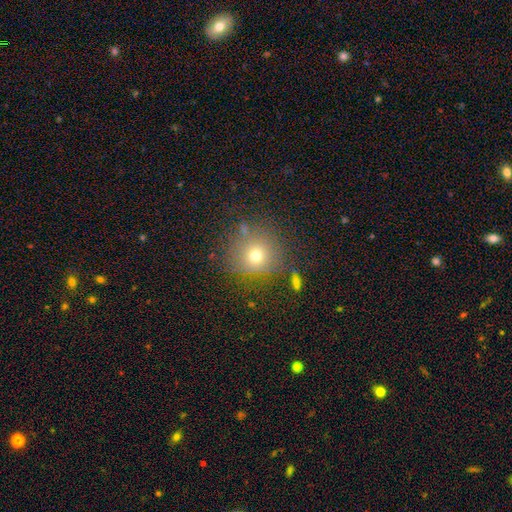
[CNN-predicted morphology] A smooth galaxy with no disk features (69%) that is round (91%).

Vote fractions:
- Smooth or featured? smooth: 69% / star or artifact: 18% / featured or disk: 14%
- How rounded? round: 91% / in between: 8% / cigar-shaped: 1%
- Merging? none: 75% / minor disturbance: 14% / major disturbance: 6% / merger: 6%